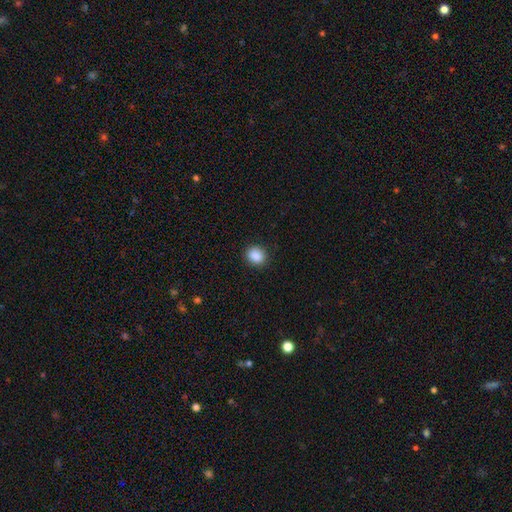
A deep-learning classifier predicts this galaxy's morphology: A smooth galaxy with no disk features (88%) that is round (70%). Merging: none (89%).